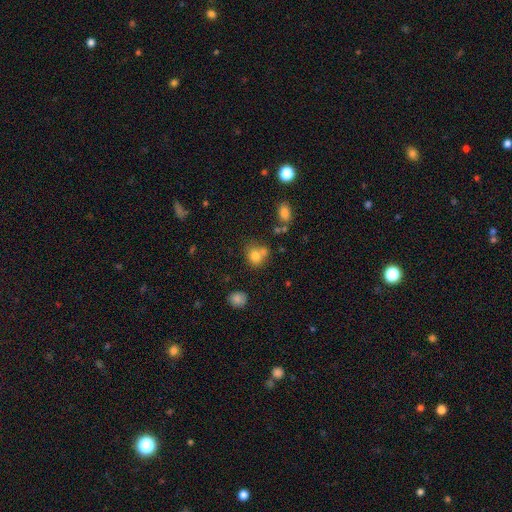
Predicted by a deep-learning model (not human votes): A smooth galaxy with no disk features (78%) that is round (69%).

Vote fractions:
- Smooth or featured? smooth: 78% / star or artifact: 13% / featured or disk: 10%
- How rounded? round: 69% / in between: 30% / cigar-shaped: 1%
- Merging? none: 49% / merger: 33% / minor disturbance: 13% / major disturbance: 5%